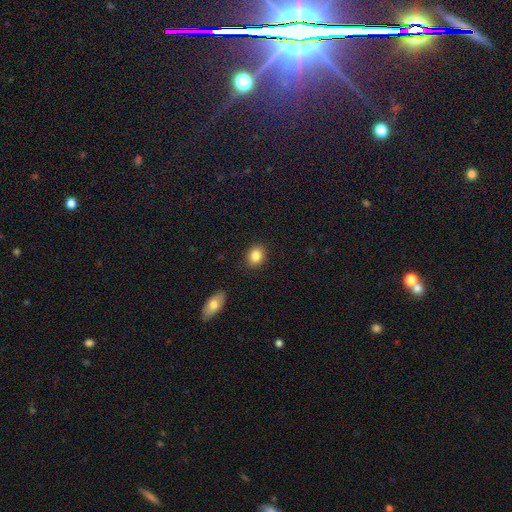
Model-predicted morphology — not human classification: Smooth or featured?
  - smooth: 84% *
  - star or artifact: 9%
  - featured or disk: 7%
How rounded?
  - round: 57% *
  - in between: 42%
  - cigar-shaped: 1%
Merging?
  - none: 88% *
  - minor disturbance: 8%
  - major disturbance: 2%
  - merger: 2%